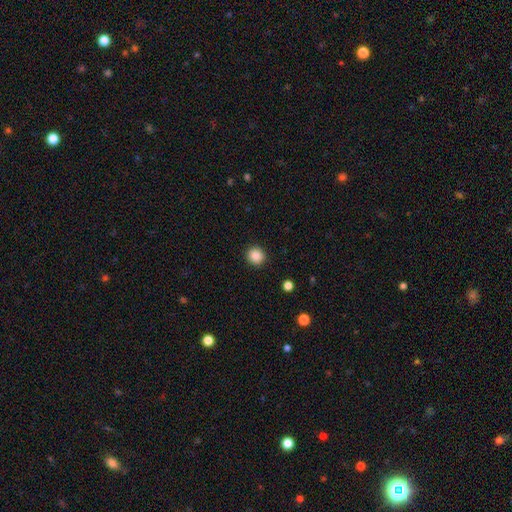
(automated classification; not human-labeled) smooth-or-featured: smooth: 87% | star or artifact: 10% | featured or disk: 3%
  how-rounded: round: 89% | in between: 10% | cigar-shaped: 1%
  merging: none: 92% | minor disturbance: 5% | major disturbance: 2% | merger: 1%